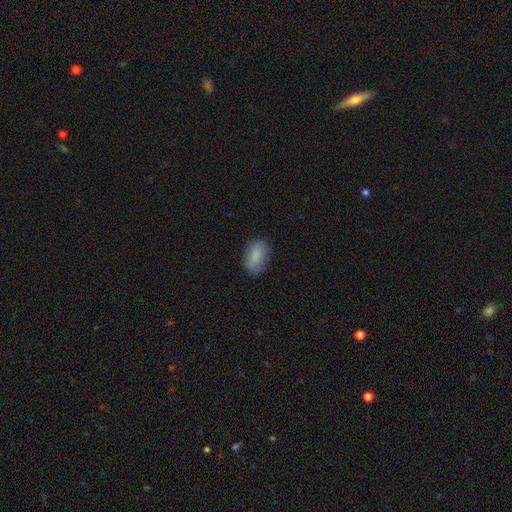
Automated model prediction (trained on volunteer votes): The model was most divided on "merging": none: 78%, minor disturbance: 17%, major disturbance: 4%, merger: 1%. More confident: how rounded — in between (91%); smooth or featured — smooth (85%).